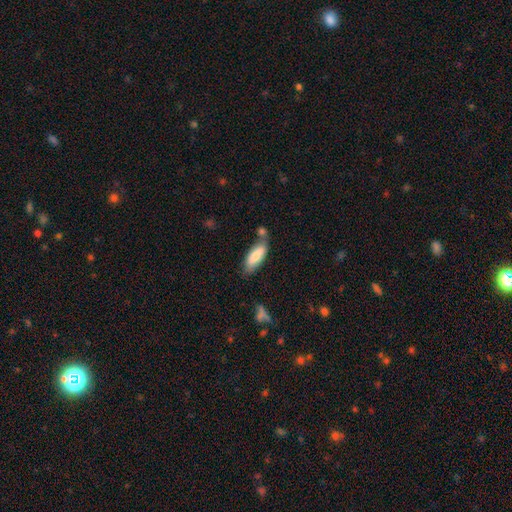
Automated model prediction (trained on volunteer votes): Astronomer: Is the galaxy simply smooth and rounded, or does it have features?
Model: smooth — 78%.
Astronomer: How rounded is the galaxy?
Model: in between — 69%.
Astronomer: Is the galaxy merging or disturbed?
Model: none — 58%.